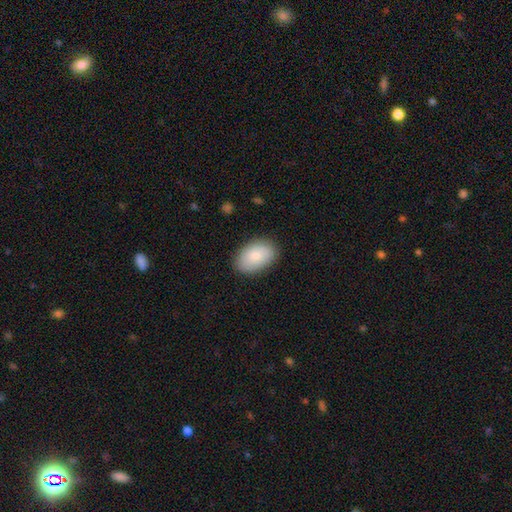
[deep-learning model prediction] Smooth or featured: smooth — 81% (featured or disk — 13%)
How rounded: in between — 90% (round — 8%)
Merging: none — 86% (minor disturbance — 11%)